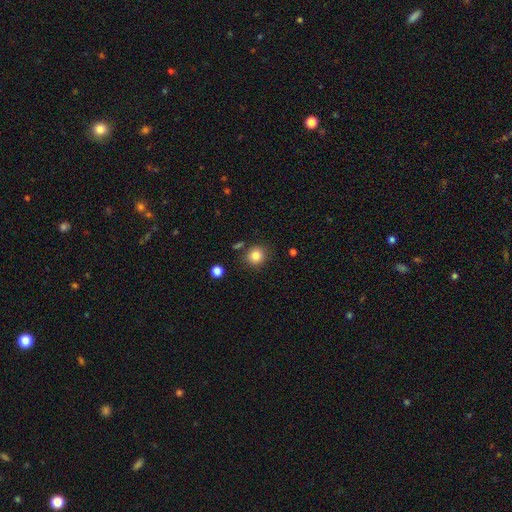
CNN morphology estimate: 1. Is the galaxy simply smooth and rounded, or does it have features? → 83% smooth, 11% star or artifact, 6% featured or disk.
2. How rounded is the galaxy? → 86% round, 13% in between, 1% cigar-shaped.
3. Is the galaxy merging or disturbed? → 82% none, 10% minor disturbance, 5% merger, 3% major disturbance.